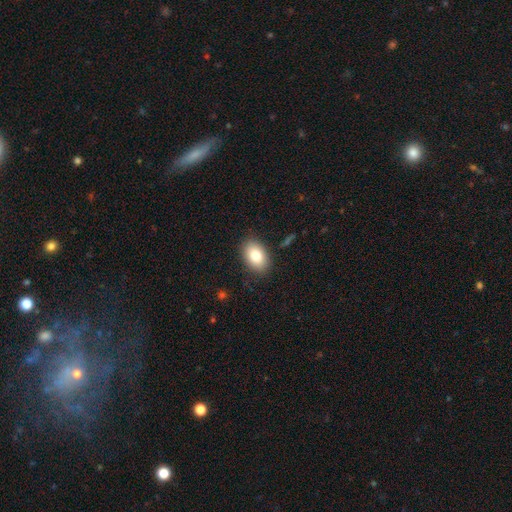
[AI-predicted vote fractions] smooth-or-featured: smooth: 81% | featured or disk: 11% | star or artifact: 8%
  how-rounded: in between: 86% | round: 13% | cigar-shaped: 1%
  merging: none: 87% | minor disturbance: 10% | major disturbance: 3% | merger: 1%